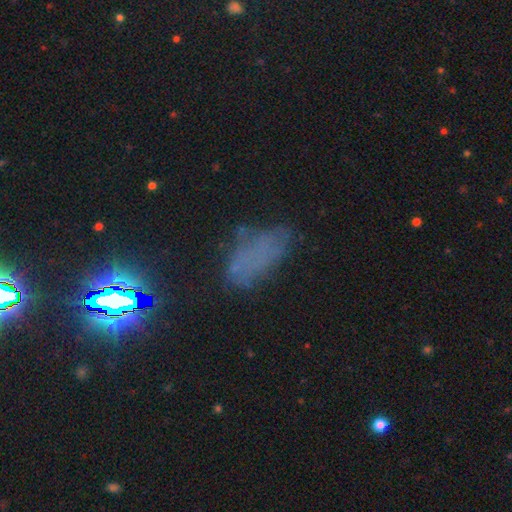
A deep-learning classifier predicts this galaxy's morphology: Smooth or featured? Predicted: star or artifact (p=0.42).